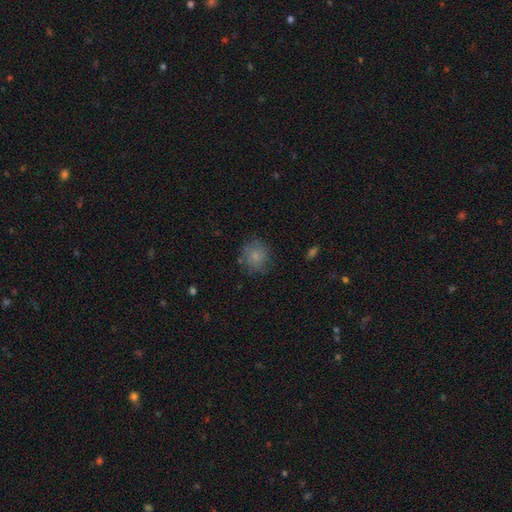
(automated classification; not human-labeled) This appears to be a smooth galaxy with no disk features (77%) that is round (83%). Merging: none (74%).